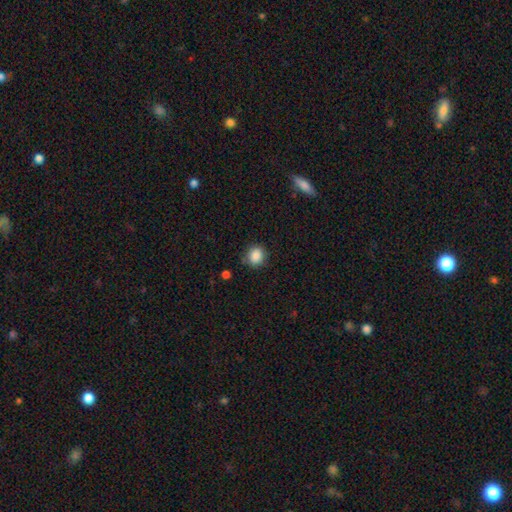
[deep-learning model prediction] A smooth galaxy with no disk features (88%) that is round (76%).

Vote fractions:
- Smooth or featured? smooth: 88% / star or artifact: 9% / featured or disk: 3%
- How rounded? round: 76% / in between: 23% / cigar-shaped: 1%
- Merging? none: 83% / minor disturbance: 12% / major disturbance: 3% / merger: 2%